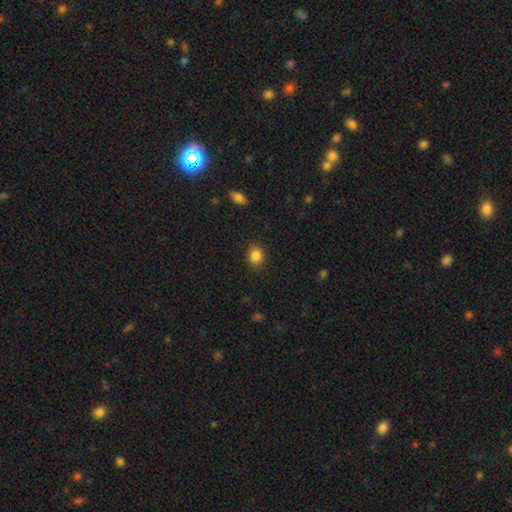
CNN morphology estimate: The model was most divided on "how rounded": round: 53%, in between: 46%, cigar-shaped: 1%. More confident: merging — none (88%); smooth or featured — smooth (85%).